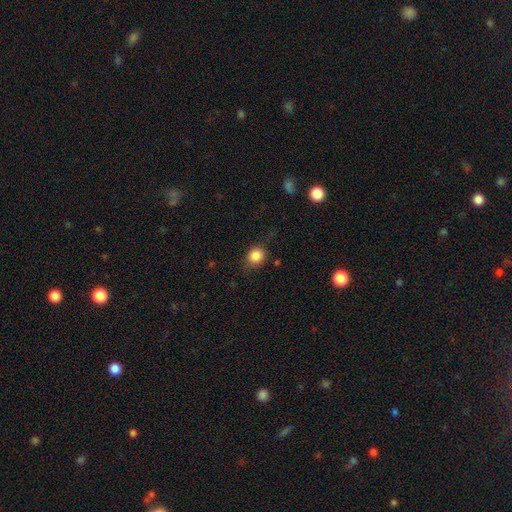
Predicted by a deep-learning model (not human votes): smooth 84%, star or artifact 10%, featured or disk 7%. Down the decision tree: how rounded — round (73%); merging — none (73%).